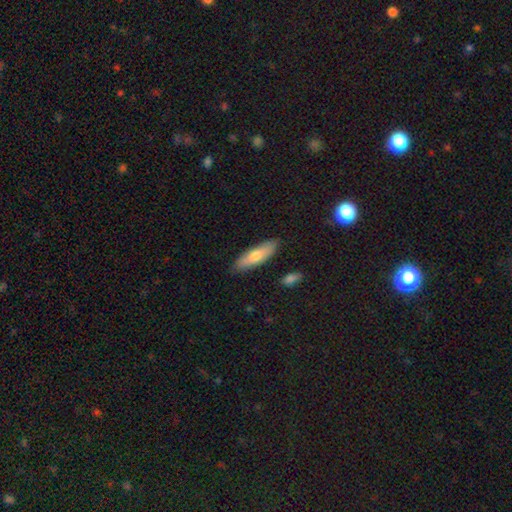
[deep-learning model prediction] A smooth galaxy with no disk features (72%) that is cigar-shaped (55%).

Vote fractions:
- Smooth or featured? smooth: 72% / featured or disk: 23% / star or artifact: 6%
- How rounded? cigar-shaped: 55% / in between: 43% / round: 2%
- Merging? none: 86% / minor disturbance: 10% / major disturbance: 2% / merger: 2%